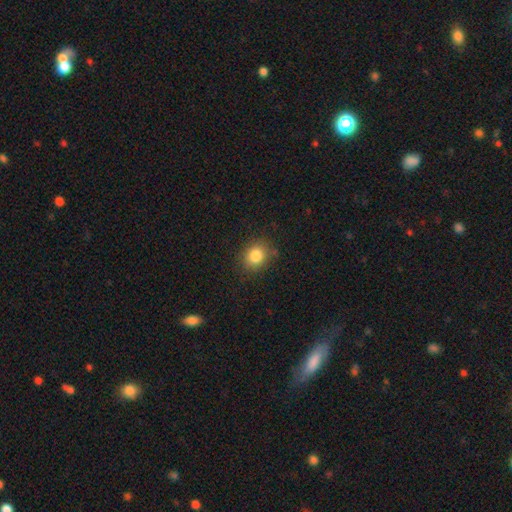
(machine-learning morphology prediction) type=smooth (84%); roundness=round (67%); merging=none (83%).